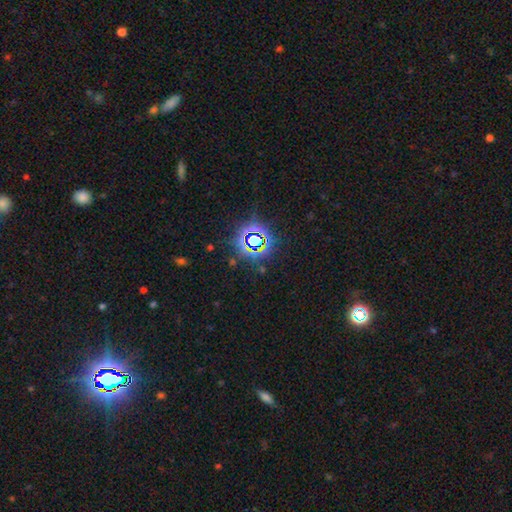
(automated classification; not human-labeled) A star or artifact, not a galaxy (77%).